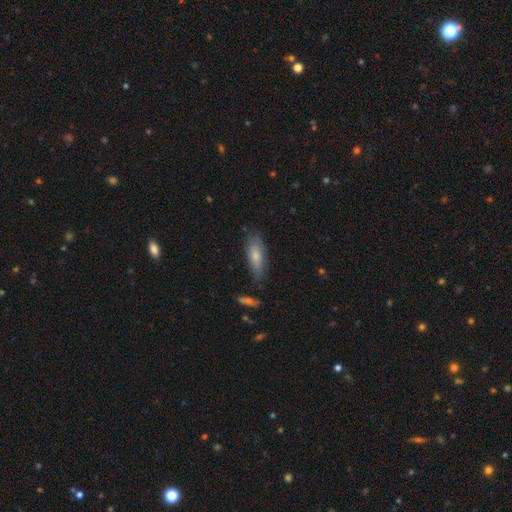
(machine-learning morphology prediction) This appears to be a smooth galaxy with no disk features (71%) that is in between round and cigar-shaped (53%). Merging: none (76%).